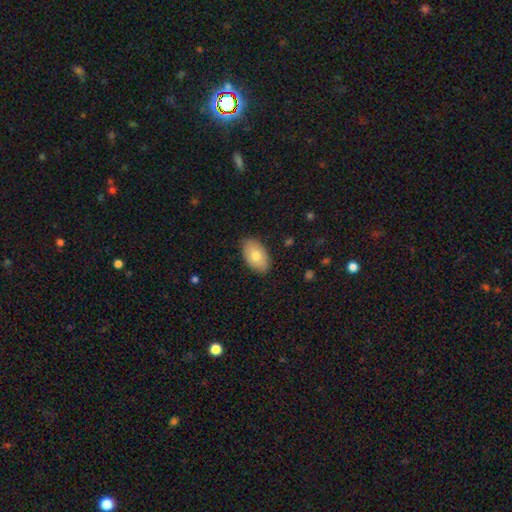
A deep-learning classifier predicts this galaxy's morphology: Q: Smooth or featured?
A: smooth (75%); runner-up: featured or disk (18%)
Q: How rounded?
A: in between (93%); runner-up: round (6%)
Q: Merging?
A: none (85%); runner-up: minor disturbance (12%)